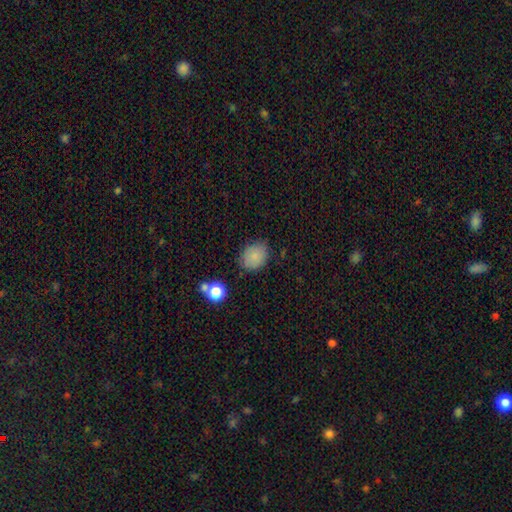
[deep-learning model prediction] smooth 83%, star or artifact 10%, featured or disk 7%. Down the decision tree: how rounded — in between (54%); merging — none (75%).